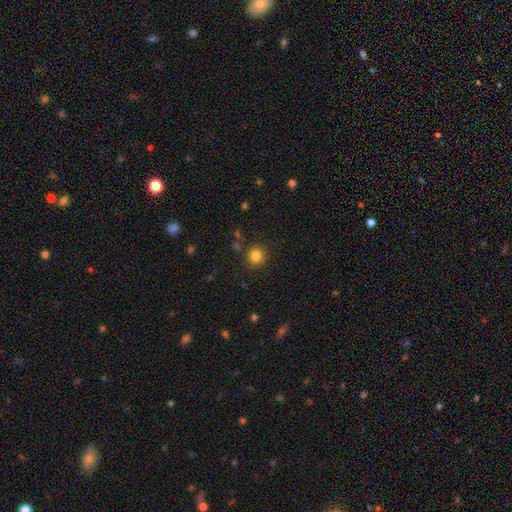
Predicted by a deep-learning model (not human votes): Q: Smooth or featured?
A: smooth (82%); runner-up: star or artifact (13%)
Q: How rounded?
A: round (90%); runner-up: in between (10%)
Q: Merging?
A: none (85%); runner-up: minor disturbance (8%)